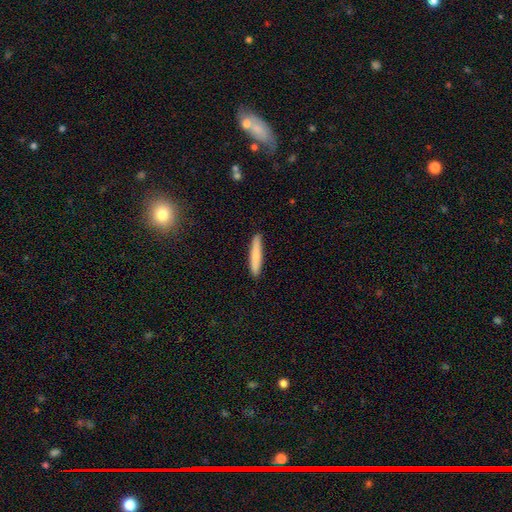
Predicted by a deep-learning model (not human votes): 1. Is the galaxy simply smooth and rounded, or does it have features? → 77% smooth, 18% featured or disk, 6% star or artifact.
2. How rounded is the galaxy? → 92% cigar-shaped, 7% in between, 1% round.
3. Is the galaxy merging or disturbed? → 90% none, 7% minor disturbance, 1% major disturbance, 1% merger.